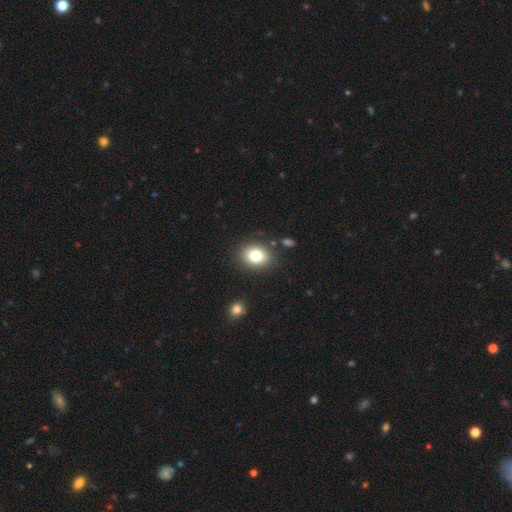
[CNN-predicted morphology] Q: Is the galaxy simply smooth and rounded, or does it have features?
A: smooth — 80%.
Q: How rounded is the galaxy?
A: in between — 52%.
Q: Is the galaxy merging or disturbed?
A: none — 85%.